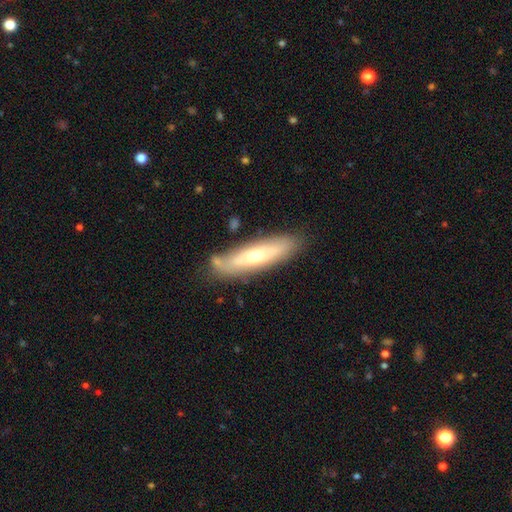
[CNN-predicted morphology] Smooth or featured? featured or disk (49%)
Merging? none (75%)